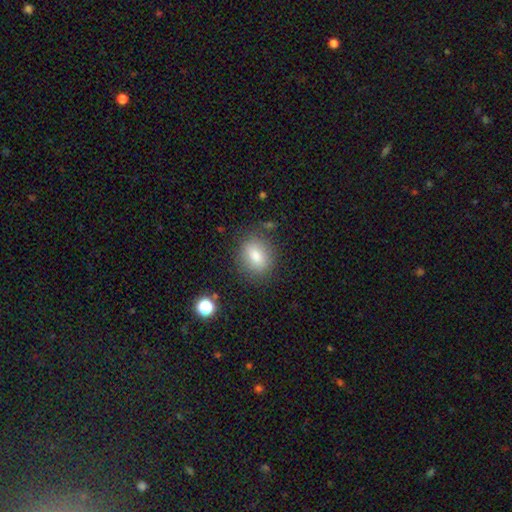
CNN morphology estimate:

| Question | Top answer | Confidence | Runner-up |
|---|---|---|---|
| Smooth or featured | smooth | 79% | featured or disk (11%) |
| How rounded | in between | 54% | round (45%) |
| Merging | none | 82% | minor disturbance (12%) |